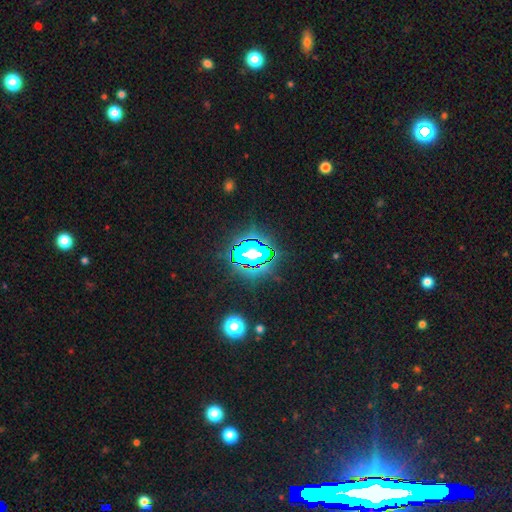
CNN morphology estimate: type=star or artifact (80%).